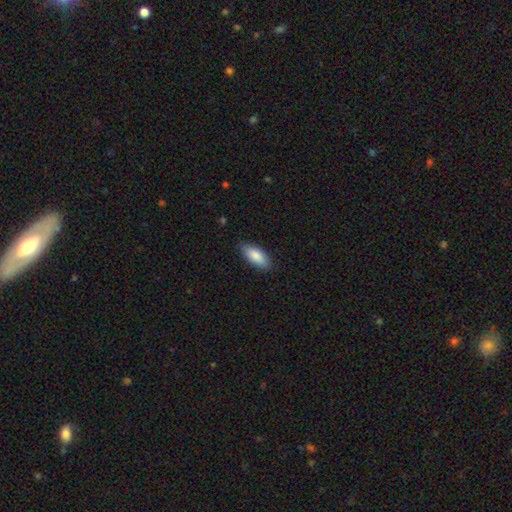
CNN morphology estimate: Q: Smooth or featured?
A: smooth (86%); runner-up: featured or disk (8%)
Q: How rounded?
A: in between (83%); runner-up: cigar-shaped (15%)
Q: Merging?
A: none (86%); runner-up: minor disturbance (11%)